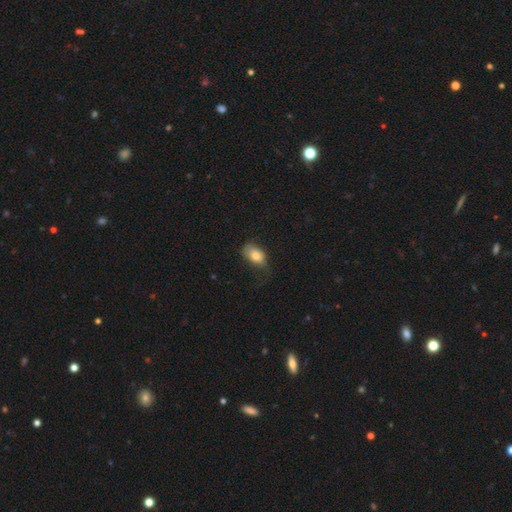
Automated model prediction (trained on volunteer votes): The model was most divided on "merging": none: 44%, minor disturbance: 33%, major disturbance: 21%, merger: 2%. More confident: how rounded — in between (88%); smooth or featured — smooth (79%).